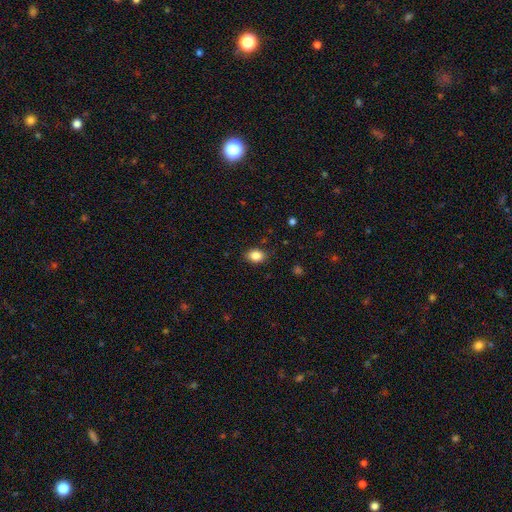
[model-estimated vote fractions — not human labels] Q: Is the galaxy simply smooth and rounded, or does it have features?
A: smooth — 86%.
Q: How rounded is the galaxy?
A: in between — 70%.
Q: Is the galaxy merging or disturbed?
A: none — 85%.